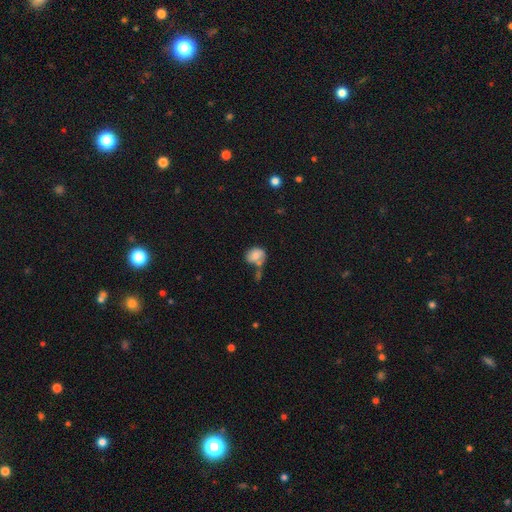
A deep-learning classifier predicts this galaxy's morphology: Overall: smooth (69%). How rounded: in between (51%; round 47%). Merging: none (35%; merger 34%).